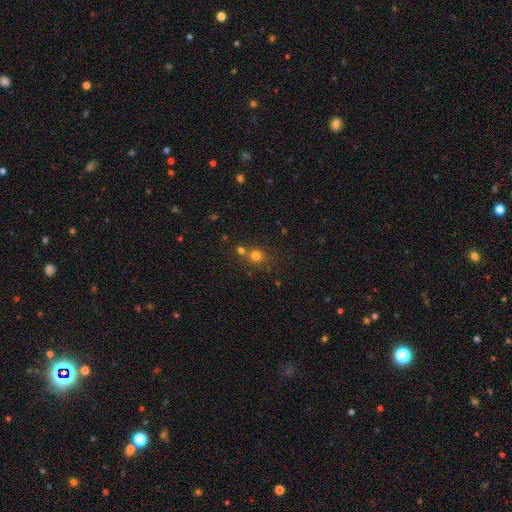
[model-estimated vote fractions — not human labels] Overall: smooth (74%). How rounded: round (83%). Merging: none (59%; merger 28%).